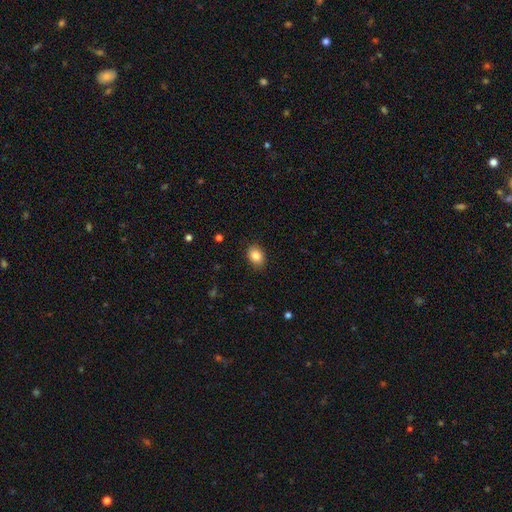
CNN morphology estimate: This appears to be a smooth galaxy with no disk features (86%) that is in between round and cigar-shaped (62%). Merging: none (87%).